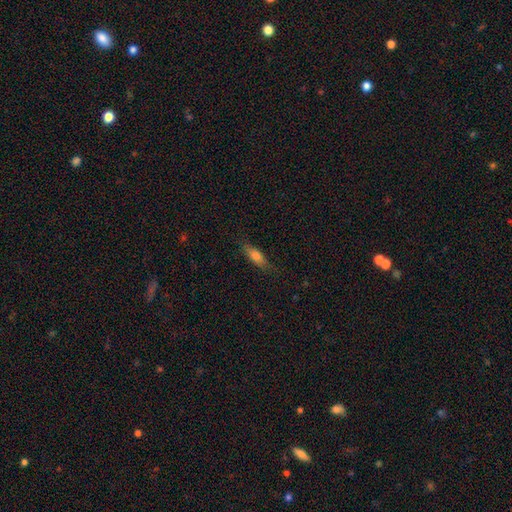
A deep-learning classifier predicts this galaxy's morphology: This appears to be a smooth galaxy with no disk features (70%) that is in between round and cigar-shaped (49%). Merging: none (79%).